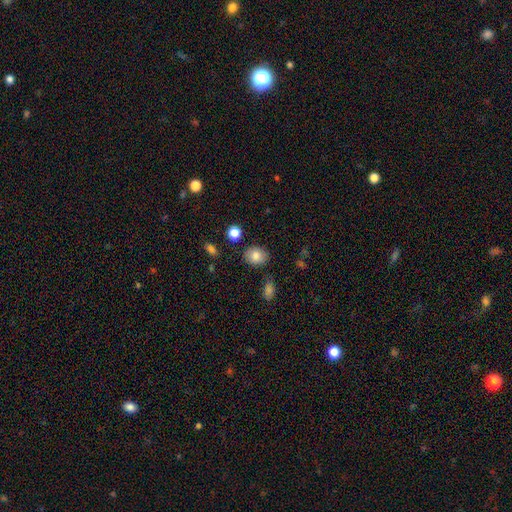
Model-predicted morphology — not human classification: Smooth or featured: smooth — 84% (star or artifact — 9%)
How rounded: round — 50% (in between — 49%)
Merging: none — 83% (minor disturbance — 11%)